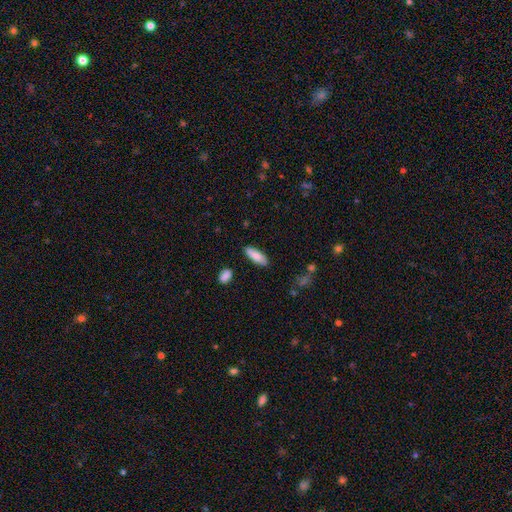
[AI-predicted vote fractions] This appears to be a smooth galaxy with no disk features (82%) that is in between round and cigar-shaped (65%). Merging: none (83%).